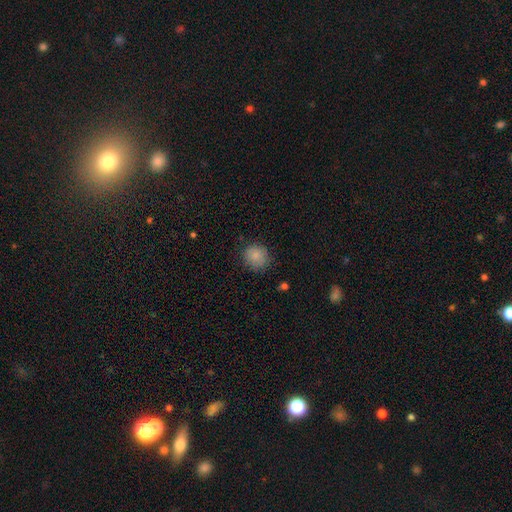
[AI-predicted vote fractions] This is clearly a smooth galaxy (86%). How rounded: clearly round (86%). Merging: clearly none (83%).